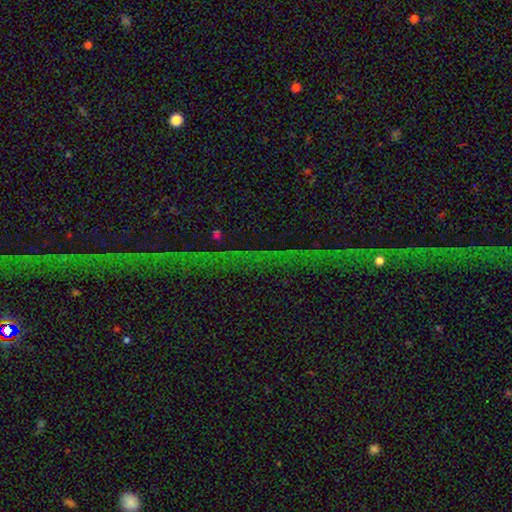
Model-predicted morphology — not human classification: Q: Smooth or featured?
A: star or artifact (82%); runner-up: featured or disk (10%)